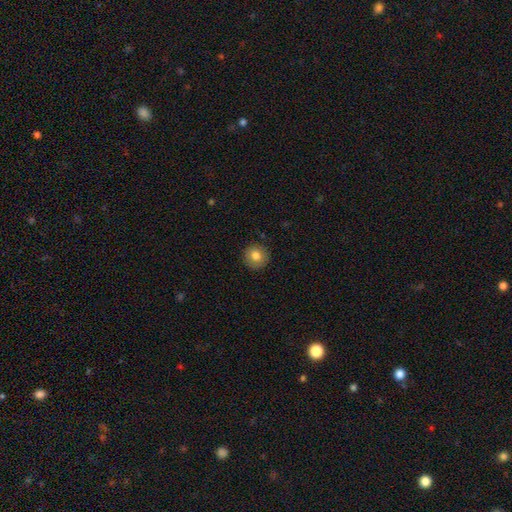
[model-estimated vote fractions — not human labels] smooth-or-featured: smooth: 80% | featured or disk: 10% | star or artifact: 9%
  how-rounded: round: 94% | in between: 5% | cigar-shaped: 1%
  merging: none: 90% | minor disturbance: 7% | major disturbance: 2% | merger: 1%